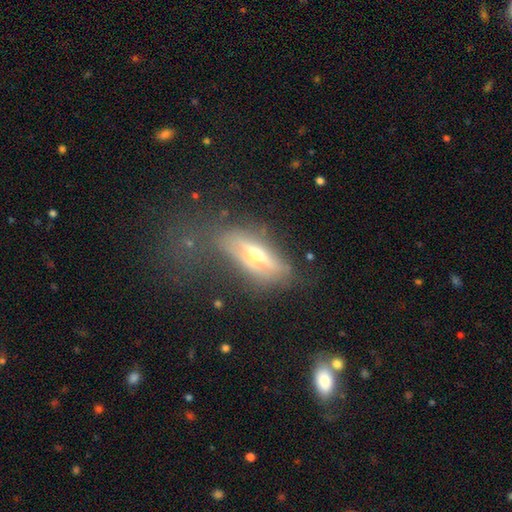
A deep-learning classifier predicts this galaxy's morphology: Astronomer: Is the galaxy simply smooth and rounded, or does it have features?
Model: featured or disk — 57% (runner-up: smooth, 34%).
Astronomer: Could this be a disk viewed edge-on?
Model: yes — 68%.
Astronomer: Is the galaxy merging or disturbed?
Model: none — 47% (runner-up: major disturbance, 24%).